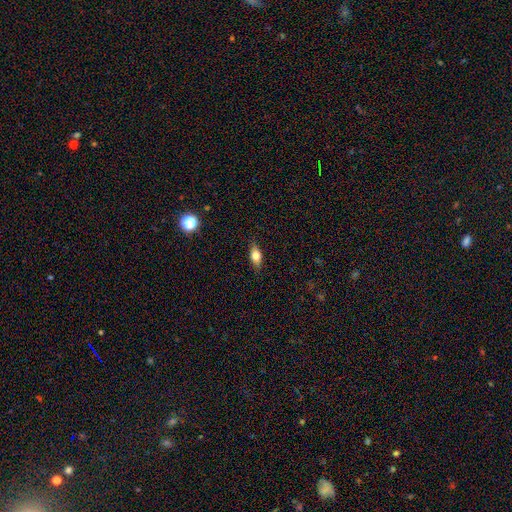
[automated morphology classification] Smooth or featured?
  - smooth: 73% *
  - featured or disk: 18%
  - star or artifact: 9%
How rounded?
  - in between: 80% *
  - cigar-shaped: 12%
  - round: 8%
Merging?
  - none: 84% *
  - minor disturbance: 12%
  - major disturbance: 3%
  - merger: 1%